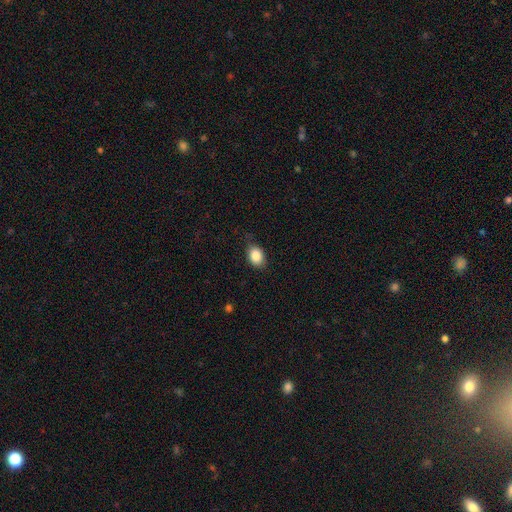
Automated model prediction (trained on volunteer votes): smooth_or_featured: smooth (p=0.86) [alt: star or artifact p=0.08]
how_rounded: in between (p=0.74) [alt: round p=0.25]
merging: none (p=0.77) [alt: minor disturbance p=0.18]